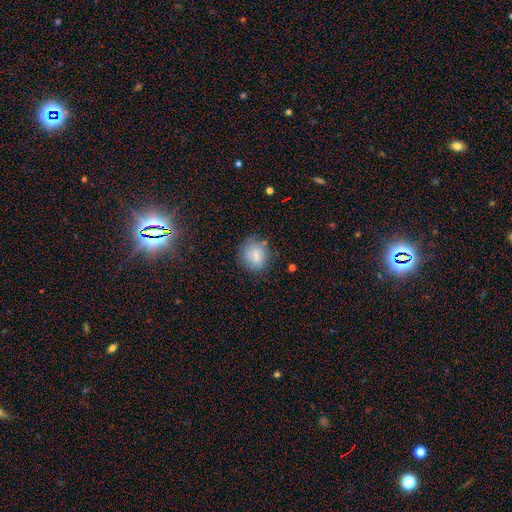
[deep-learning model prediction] smooth_or_featured: smooth (p=0.71) [alt: featured or disk p=0.19]
how_rounded: round (p=0.78) [alt: in between p=0.21]
merging: none (p=0.75) [alt: minor disturbance p=0.17]